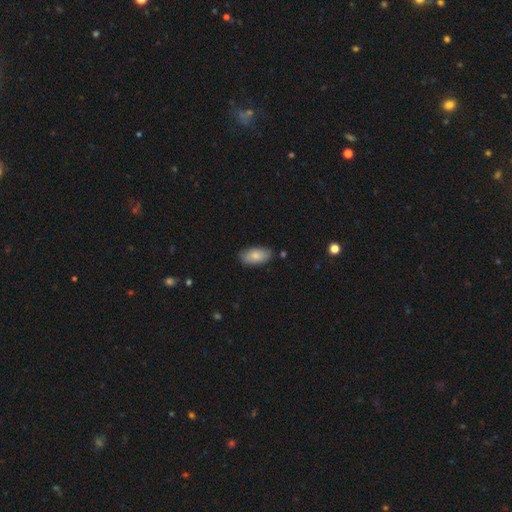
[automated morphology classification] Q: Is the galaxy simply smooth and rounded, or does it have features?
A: smooth — 80%.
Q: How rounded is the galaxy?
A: in between — 93%.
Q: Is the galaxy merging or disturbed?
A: none — 78%.